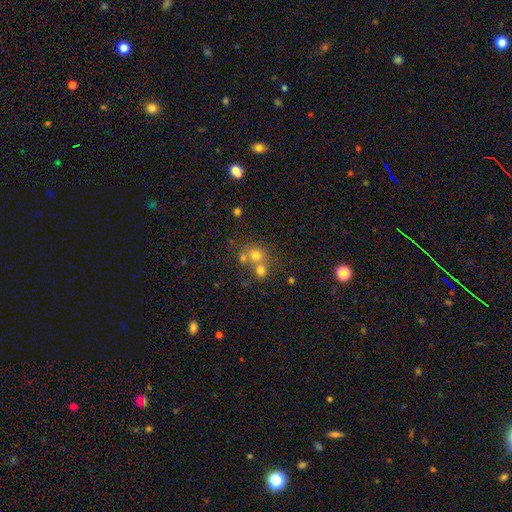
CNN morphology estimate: Q: Smooth or featured?
A: smooth (67%); runner-up: star or artifact (18%)
Q: How rounded?
A: round (82%); runner-up: in between (17%)
Q: Merging?
A: merger (48%); runner-up: none (42%)